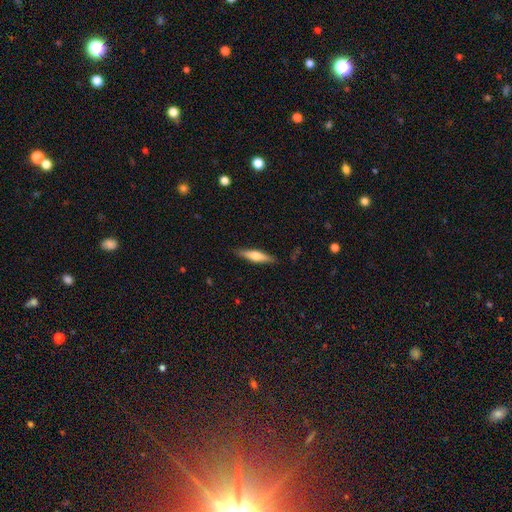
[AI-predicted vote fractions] Smooth or featured?
  - featured or disk: 47% * (tied)
  - smooth: 47% * (tied)
  - star or artifact: 6%
Merging?
  - none: 88% *
  - minor disturbance: 9%
  - major disturbance: 2%
  - merger: 1%